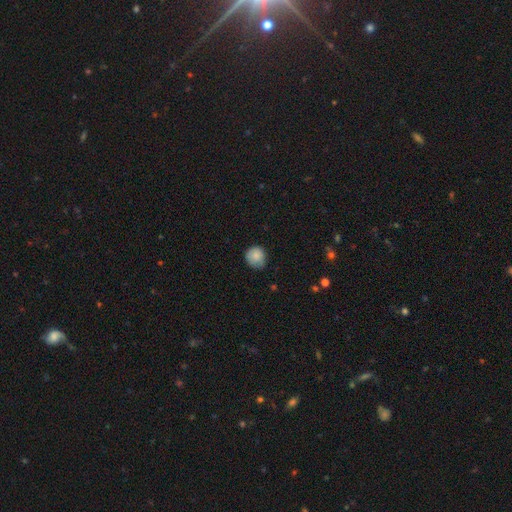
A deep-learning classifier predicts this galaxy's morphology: A smooth galaxy with no disk features (85%) that is round (86%).

Vote fractions:
- Smooth or featured? smooth: 85% / star or artifact: 9% / featured or disk: 6%
- How rounded? round: 86% / in between: 13% / cigar-shaped: 1%
- Merging? none: 69% / minor disturbance: 26% / major disturbance: 4% / merger: 1%